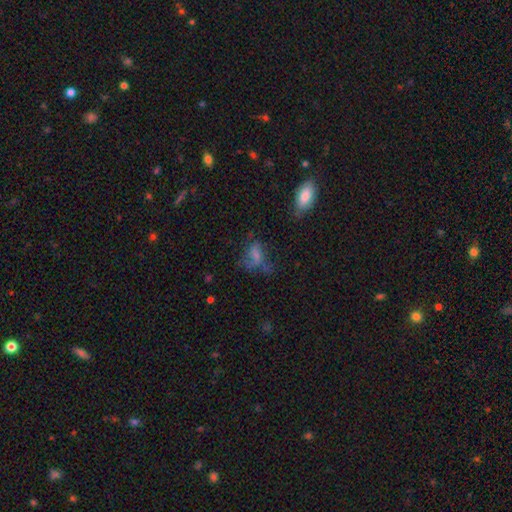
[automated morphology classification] Q: Smooth or featured?
A: smooth (55%); runner-up: featured or disk (28%)
Q: How rounded?
A: in between (79%); runner-up: round (15%)
Q: Merging?
A: major disturbance (35%); tied with: none (35%)